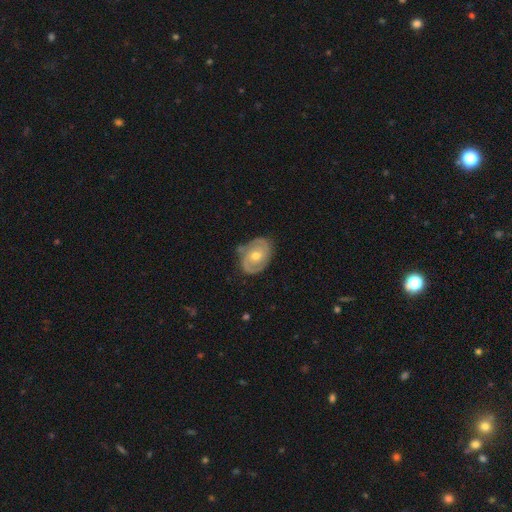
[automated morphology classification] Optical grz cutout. It shows a featured or disk galaxy (77%) with no bar (71%), 2 (72%) tight (56%) spiral arms (88%) and a moderate central bulge (68%). Merging: none (71%).